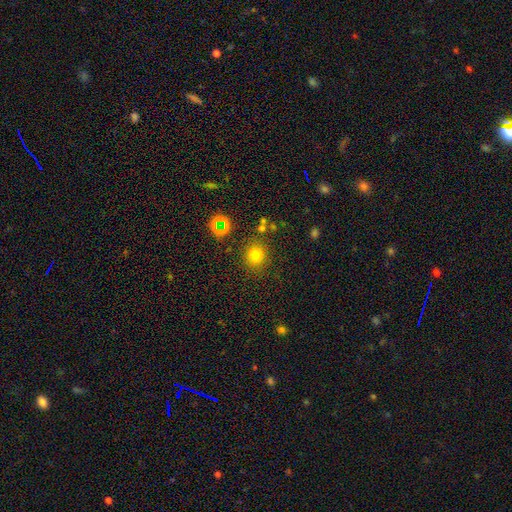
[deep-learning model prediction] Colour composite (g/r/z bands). It shows a smooth galaxy with no disk features (70%) that is round (68%). Merging: none (73%).